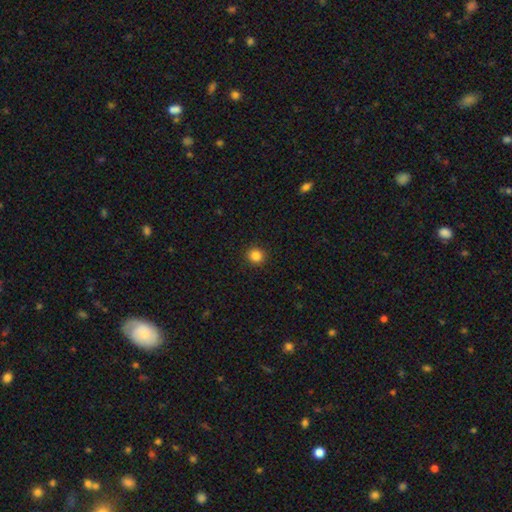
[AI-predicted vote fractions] This appears to be a smooth galaxy with no disk features (85%) that is round (92%). Merging: none (93%).